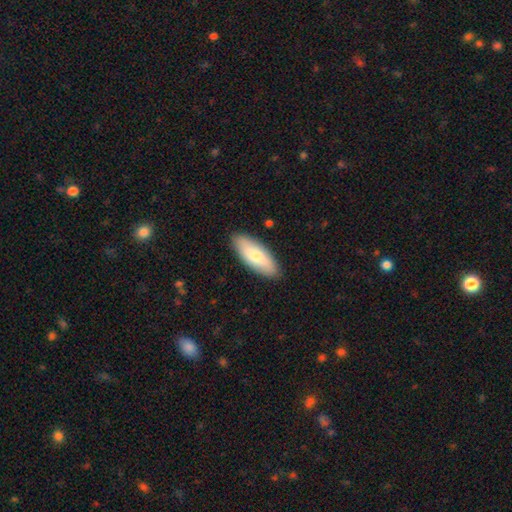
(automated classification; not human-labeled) A smooth galaxy with no disk features (74%) that is in between round and cigar-shaped (74%). Merging: none (88%).